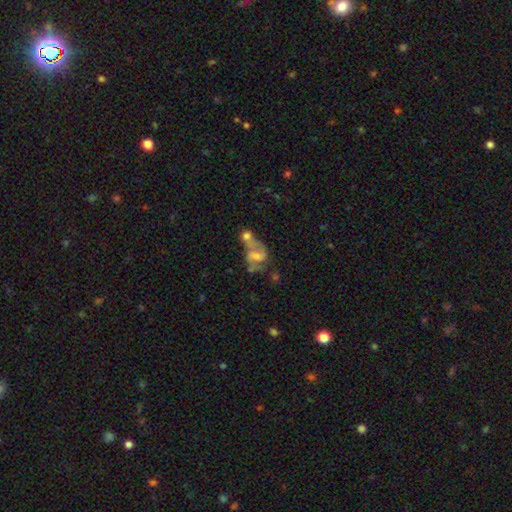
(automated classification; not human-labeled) This is possibly a featured or disk galaxy (51%). It is clearly not viewed edge-on (96%). Merging: possibly merger (51%).